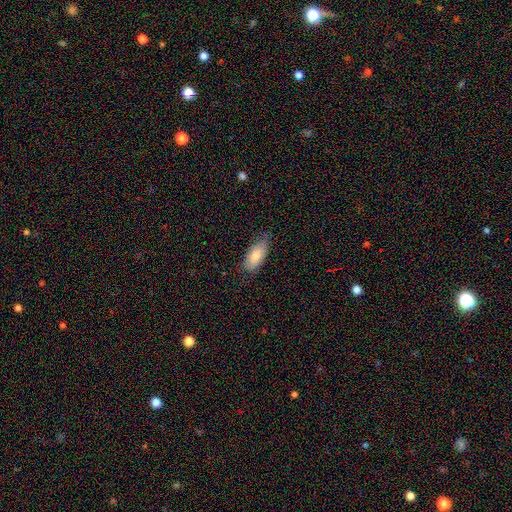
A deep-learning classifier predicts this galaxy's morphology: A smooth galaxy with no disk features (81%) that is in between round and cigar-shaped (91%). Merging: none (70%).